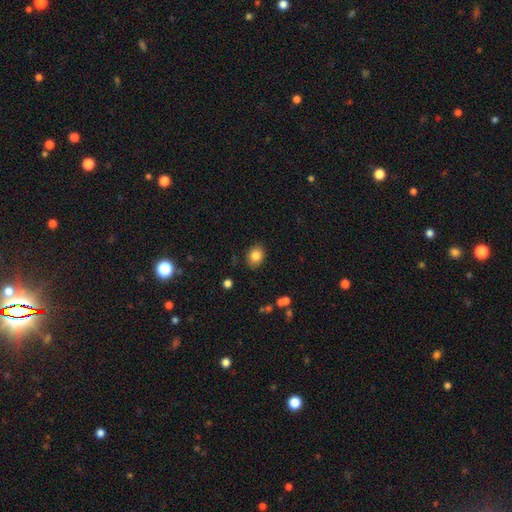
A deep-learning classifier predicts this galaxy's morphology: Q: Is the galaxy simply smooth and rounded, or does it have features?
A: smooth — 83%.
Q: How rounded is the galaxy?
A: in between — 55%.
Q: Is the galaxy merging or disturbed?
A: none — 86%.